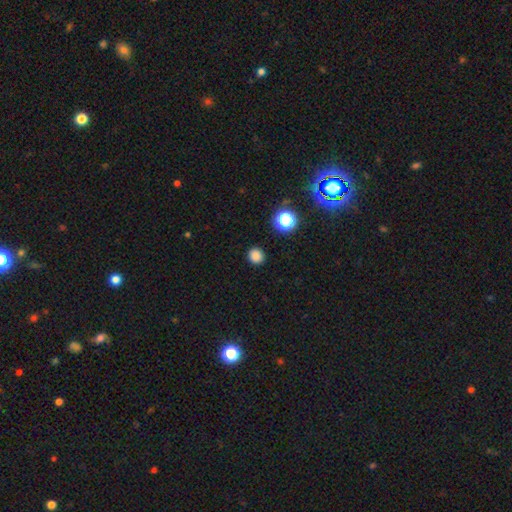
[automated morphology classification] This appears to be a smooth galaxy with no disk features (82%) that is round (87%). Merging: none (90%).